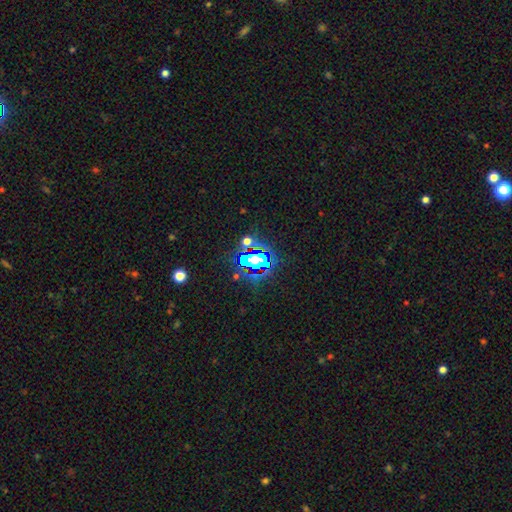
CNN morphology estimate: Q: Smooth or featured?
A: star or artifact (67%); runner-up: smooth (21%)